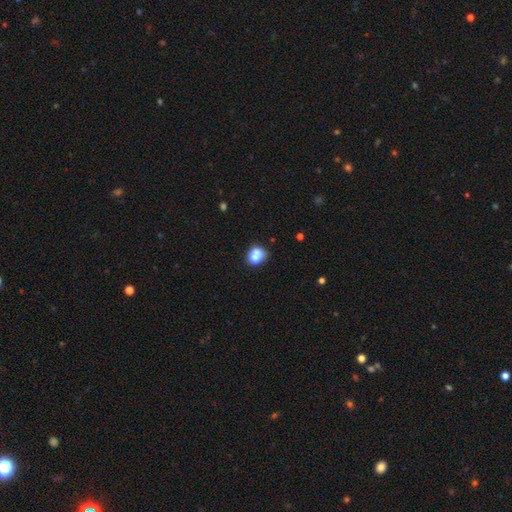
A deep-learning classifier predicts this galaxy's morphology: smooth 75%, featured or disk 15%, star or artifact 10%. Down the decision tree: how rounded — round (61%); merging — none (41%).